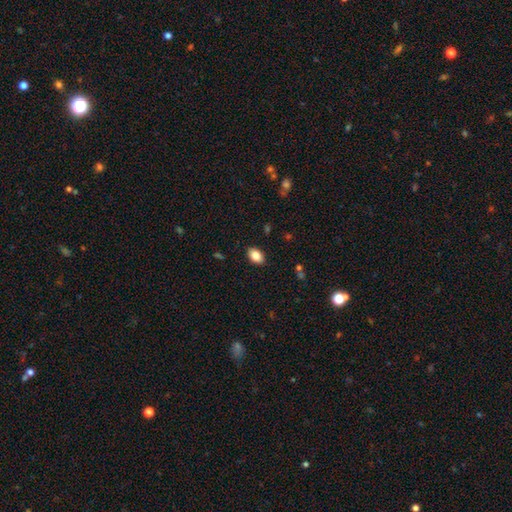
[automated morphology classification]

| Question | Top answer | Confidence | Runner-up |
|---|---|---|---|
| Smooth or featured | smooth | 84% | star or artifact (8%) |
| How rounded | in between | 87% | round (12%) |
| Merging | none | 88% | minor disturbance (9%) |